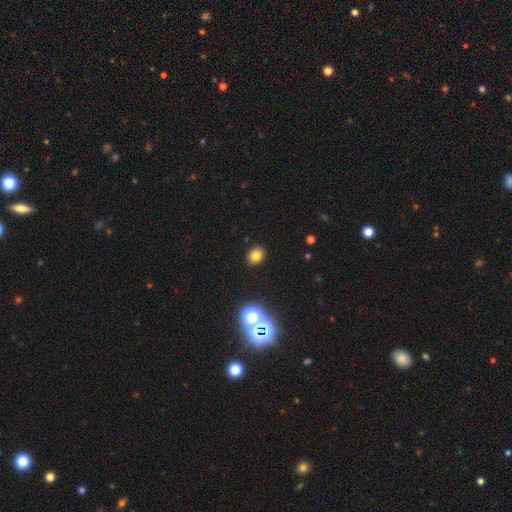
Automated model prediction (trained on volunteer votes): This is likely a smooth galaxy (78%). How rounded: likely round (60%). Merging: clearly none (90%).